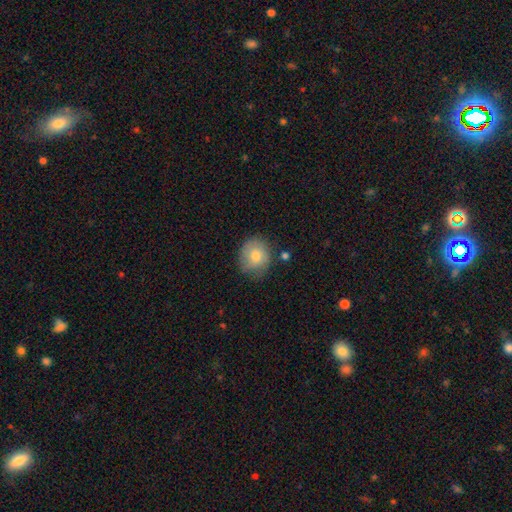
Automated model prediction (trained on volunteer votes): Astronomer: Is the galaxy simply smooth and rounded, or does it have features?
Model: smooth — 74%.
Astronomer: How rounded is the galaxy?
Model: round — 77%.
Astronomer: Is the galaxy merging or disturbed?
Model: none — 71%.